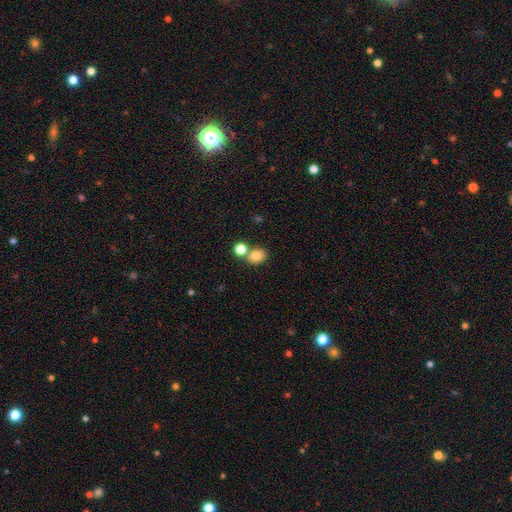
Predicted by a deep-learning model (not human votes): This is clearly a smooth galaxy (81%). How rounded: likely round (62%). Merging: possibly none (56%).